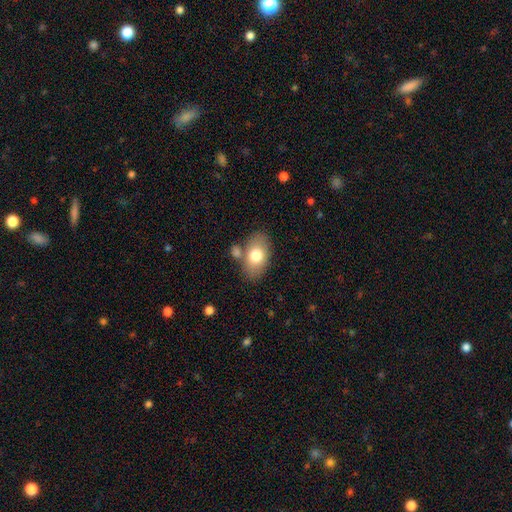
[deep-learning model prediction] Smooth or featured: smooth — 74% (featured or disk — 18%)
How rounded: in between — 89% (round — 10%)
Merging: none — 69% (minor disturbance — 14%)